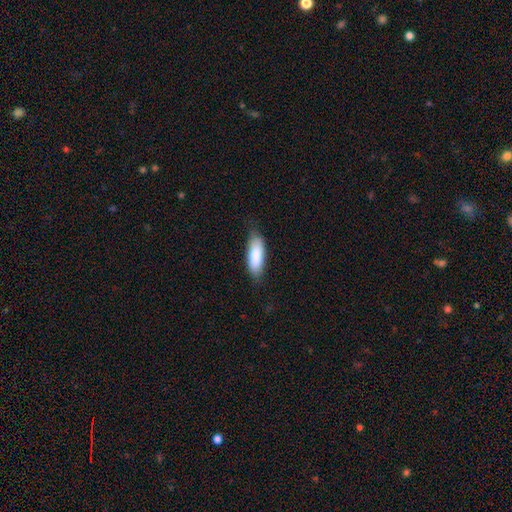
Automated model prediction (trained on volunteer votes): Smooth or featured? smooth (86%)
How rounded? in between (65%)
Merging? none (76%)